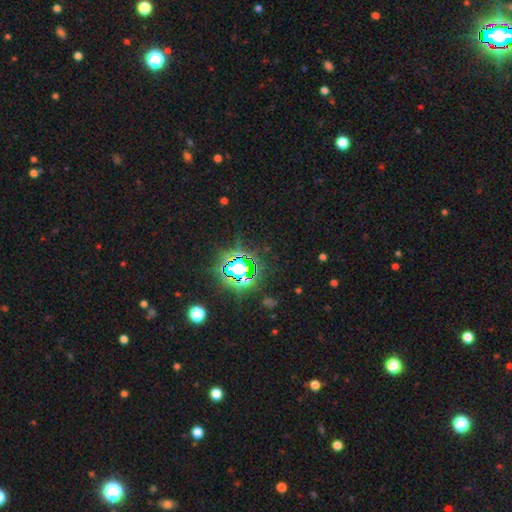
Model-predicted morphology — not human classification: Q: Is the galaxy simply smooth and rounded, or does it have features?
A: star or artifact — 83%.